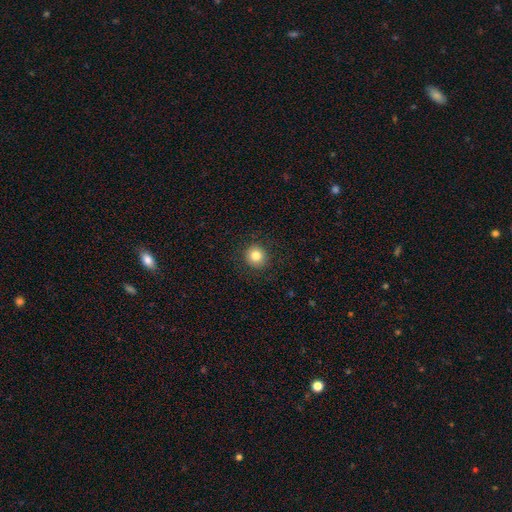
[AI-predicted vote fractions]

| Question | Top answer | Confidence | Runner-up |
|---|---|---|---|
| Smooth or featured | smooth | 82% | star or artifact (11%) |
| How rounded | round | 91% | in between (8%) |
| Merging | none | 91% | minor disturbance (6%) |